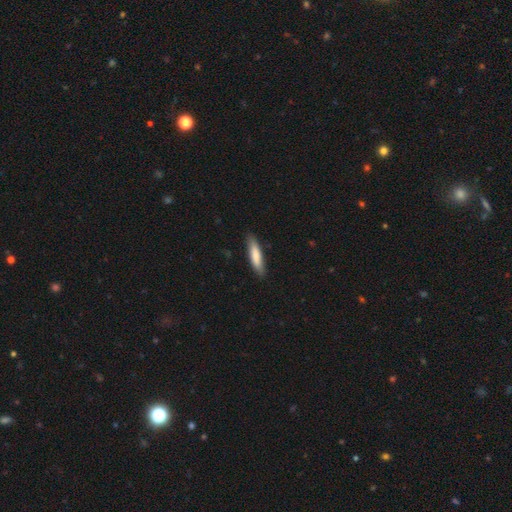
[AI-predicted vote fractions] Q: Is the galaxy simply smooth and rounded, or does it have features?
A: smooth — 78%.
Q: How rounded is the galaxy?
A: cigar-shaped — 80%.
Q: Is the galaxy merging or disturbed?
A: none — 86%.